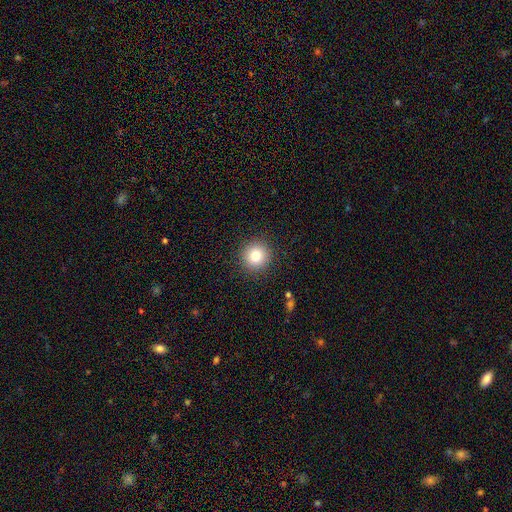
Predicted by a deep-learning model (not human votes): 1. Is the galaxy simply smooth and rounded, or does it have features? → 81% smooth, 11% star or artifact, 8% featured or disk.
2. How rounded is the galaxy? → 94% round, 5% in between, 1% cigar-shaped.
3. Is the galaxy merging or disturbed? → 91% none, 6% minor disturbance, 2% major disturbance, 1% merger.